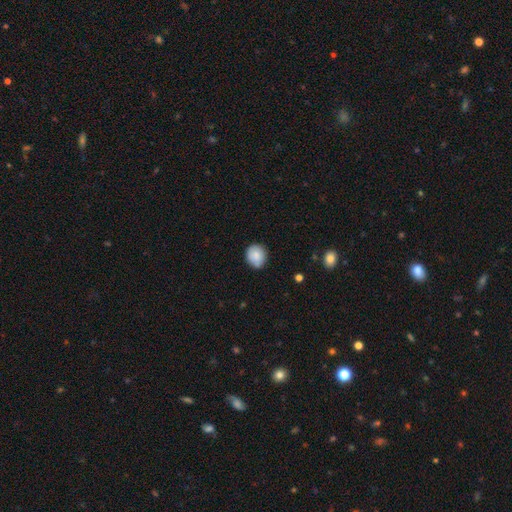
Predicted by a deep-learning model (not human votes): This is clearly a smooth galaxy (85%). How rounded: likely round (79%). Merging: likely none (79%).